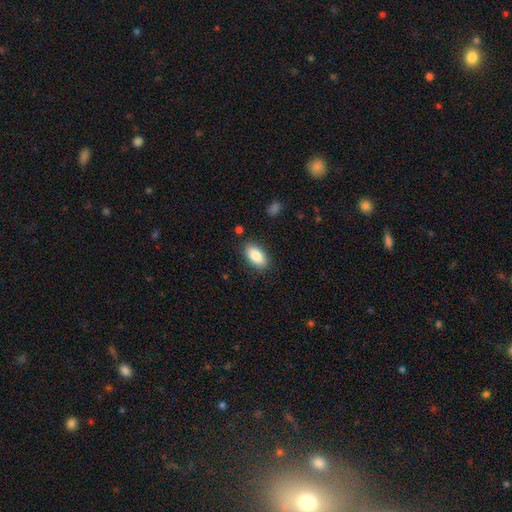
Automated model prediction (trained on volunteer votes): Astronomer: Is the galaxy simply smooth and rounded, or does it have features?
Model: smooth — 85%.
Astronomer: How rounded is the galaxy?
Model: in between — 92%.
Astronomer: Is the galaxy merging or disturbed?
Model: none — 86%.